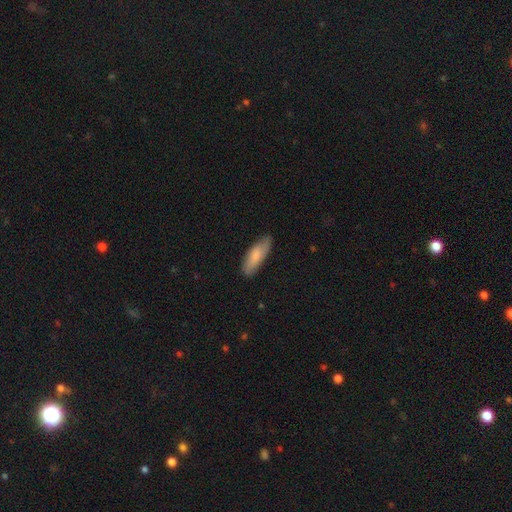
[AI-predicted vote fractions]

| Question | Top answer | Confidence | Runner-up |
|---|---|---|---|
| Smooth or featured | smooth | 80% | featured or disk (15%) |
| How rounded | in between | 58% | cigar-shaped (41%) |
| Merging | none | 80% | minor disturbance (17%) |